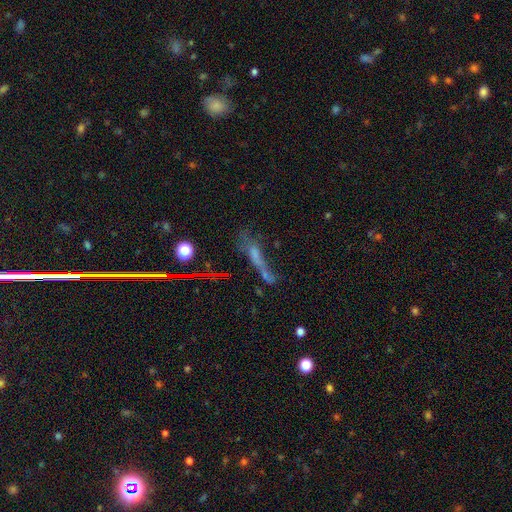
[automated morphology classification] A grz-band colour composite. It shows a smooth galaxy with no disk features (40%). Merging: none (33%).